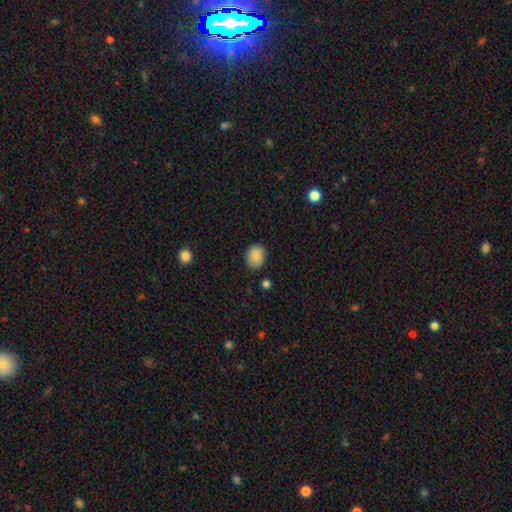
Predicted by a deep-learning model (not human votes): Overall: smooth (88%). How rounded: round (53%; in between 47%). Merging: none (83%).